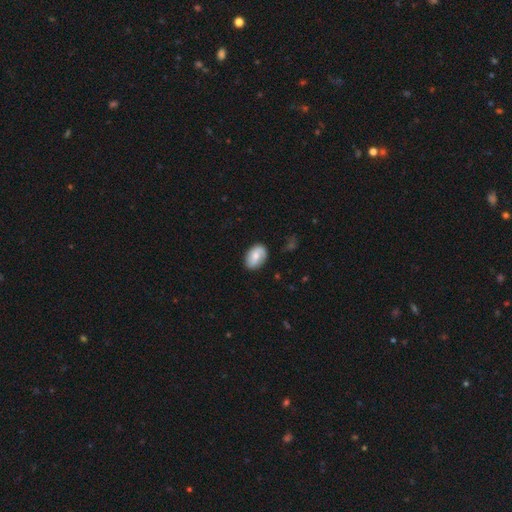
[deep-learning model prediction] Morphology: type=smooth (58%); roundness=in between (84%); merging=none (75%).